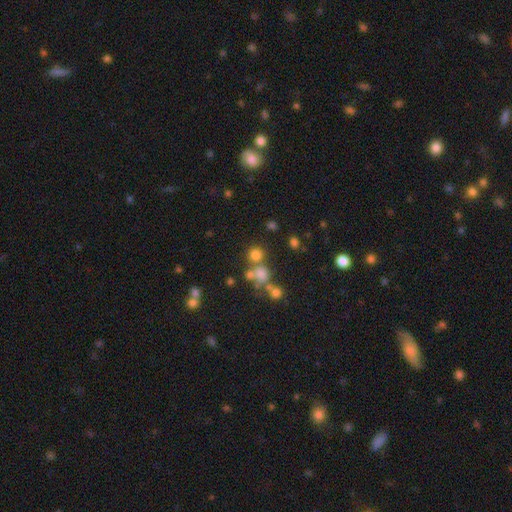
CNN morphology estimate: Smooth or featured: smooth — 63% (star or artifact — 25%)
How rounded: round — 89% (in between — 10%)
Merging: none — 62% (merger — 25%)